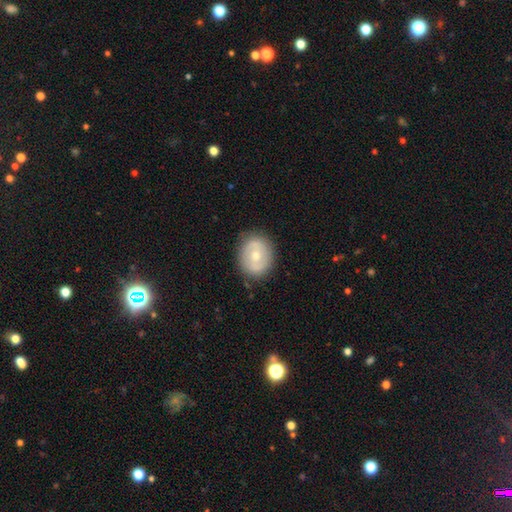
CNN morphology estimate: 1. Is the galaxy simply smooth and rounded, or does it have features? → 48% smooth, 46% featured or disk, 7% star or artifact.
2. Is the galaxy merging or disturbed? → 83% none, 12% minor disturbance, 3% major disturbance, 1% merger.